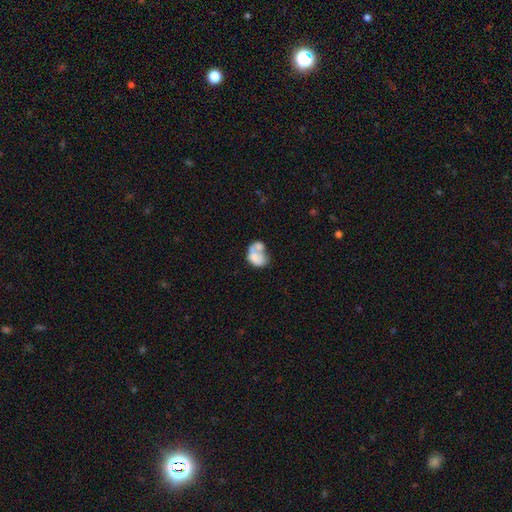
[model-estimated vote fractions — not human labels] Smooth or featured: smooth — 56% (featured or disk — 36%)
How rounded: in between — 68% (round — 31%)
Merging: merger — 49% (none — 21%)